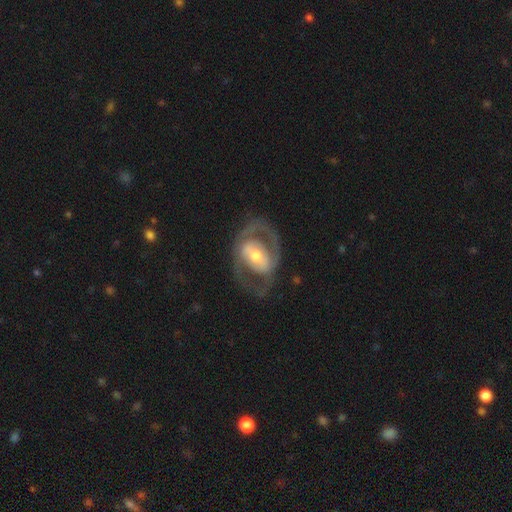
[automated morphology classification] featured or disk 75%, smooth 20%, star or artifact 5%. Down the decision tree: edge-on disk — no (95%); bar — no (36%); spiral arms — yes (57%); bulge size — moderate (62%); merging — none (62%).